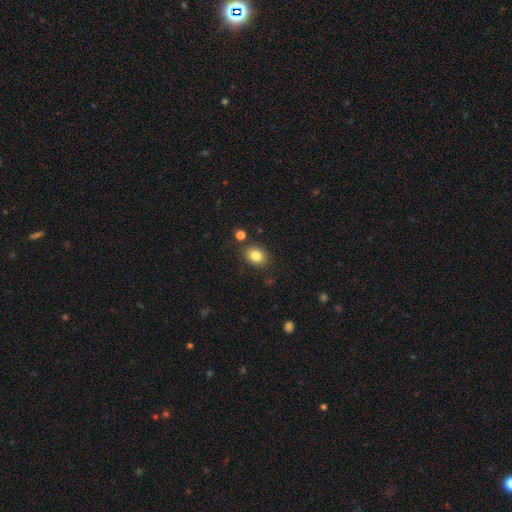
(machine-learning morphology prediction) A smooth galaxy with no disk features (83%) that is in between round and cigar-shaped (57%). Merging: none (83%).